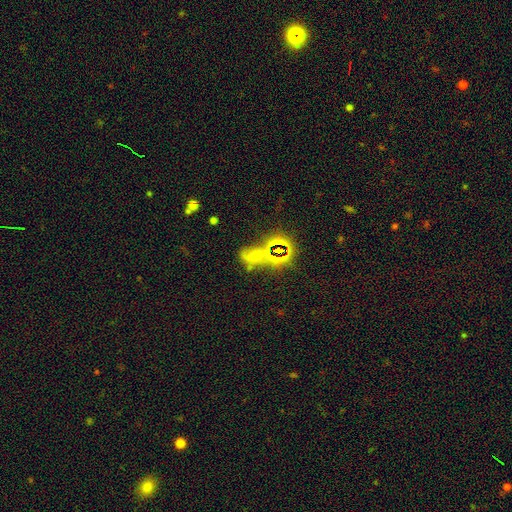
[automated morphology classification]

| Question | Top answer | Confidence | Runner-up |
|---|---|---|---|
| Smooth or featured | star or artifact | 48% | featured or disk (27%) |